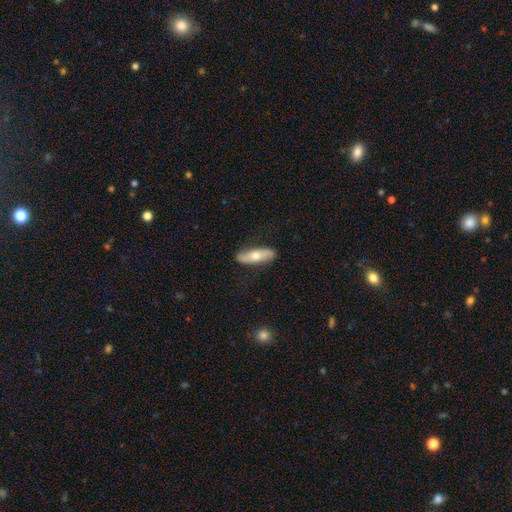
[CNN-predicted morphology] This is possibly a smooth galaxy (51%). How rounded: possibly in between (50%). Merging: clearly none (82%).